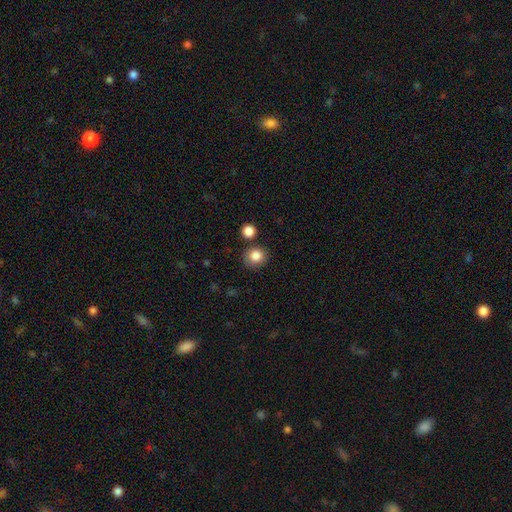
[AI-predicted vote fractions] smooth_or_featured: smooth (p=0.85) [alt: star or artifact p=0.10]
how_rounded: round (p=0.87) [alt: in between p=0.12]
merging: none (p=0.79) [alt: minor disturbance p=0.11]